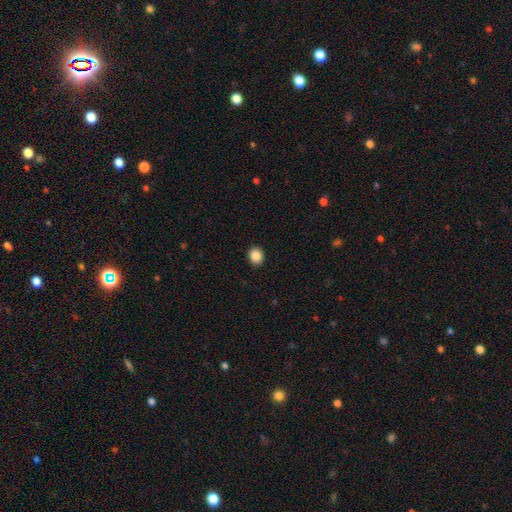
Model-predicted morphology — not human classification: Smooth or featured? smooth (88%)
How rounded? round (62%)
Merging? none (91%)